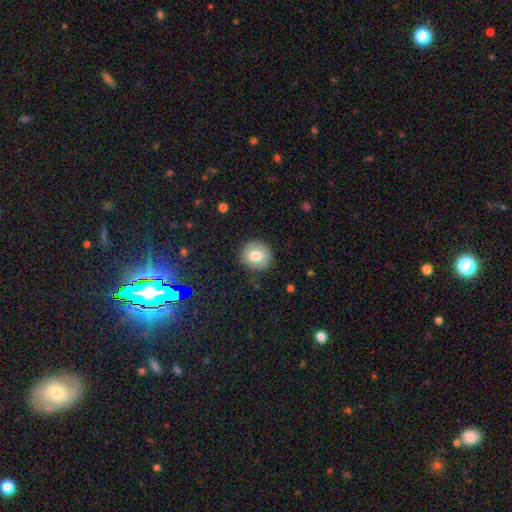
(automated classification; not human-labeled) A smooth galaxy with no disk features (75%) that is round (91%). Merging: none (89%).